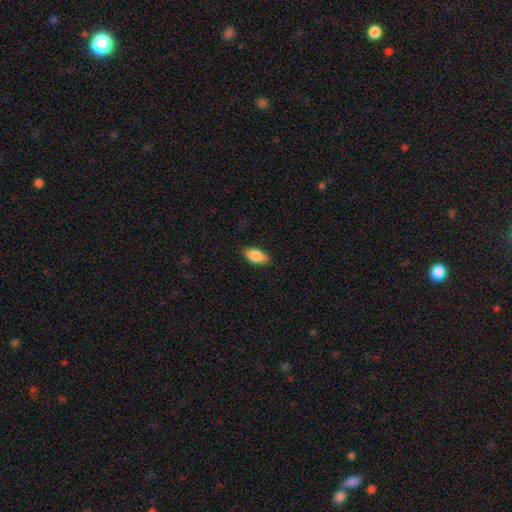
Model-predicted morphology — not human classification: Smooth or featured: smooth — 86% (featured or disk — 8%)
How rounded: in between — 90% (cigar-shaped — 7%)
Merging: none — 86% (minor disturbance — 11%)